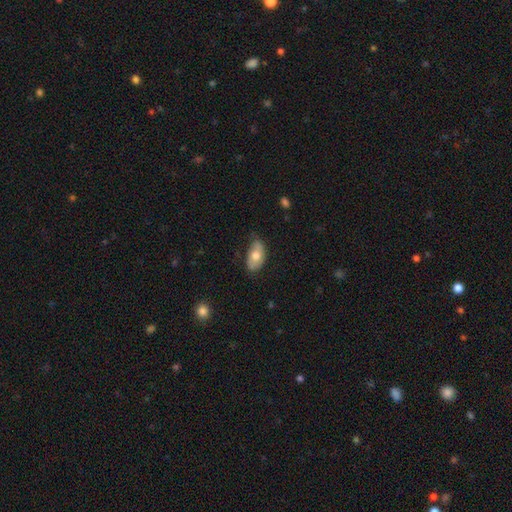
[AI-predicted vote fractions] This appears to be a smooth galaxy with no disk features (66%) that is in between round and cigar-shaped (93%). Merging: none (65%).